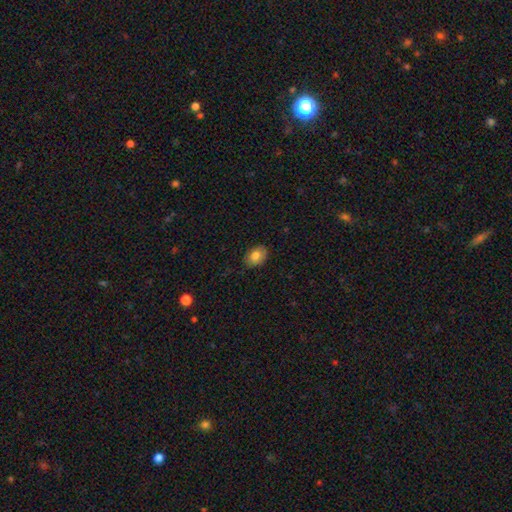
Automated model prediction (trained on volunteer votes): Smooth or featured: smooth — 80% (featured or disk — 13%)
How rounded: in between — 78% (round — 21%)
Merging: none — 82% (minor disturbance — 15%)